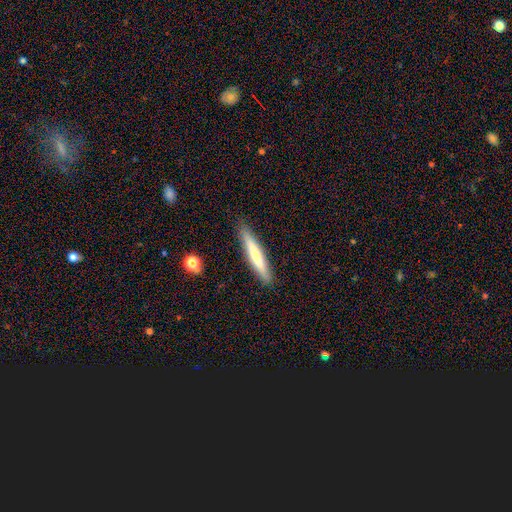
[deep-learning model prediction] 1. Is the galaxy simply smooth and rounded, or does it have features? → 65% smooth, 29% featured or disk, 6% star or artifact.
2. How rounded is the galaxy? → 94% cigar-shaped, 5% in between, 1% round.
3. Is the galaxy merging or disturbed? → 89% none, 8% minor disturbance, 2% major disturbance, 1% merger.